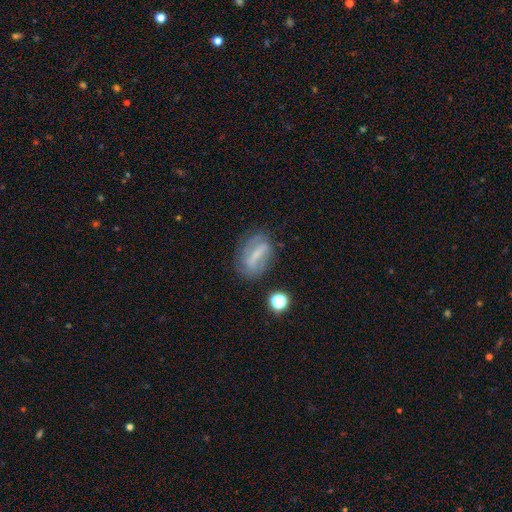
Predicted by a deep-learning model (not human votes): Overall: featured or disk (59%; smooth 30%). Edge-on disk: no (89%). Bar: strong (56%; weak 30%). Spiral arms: yes (59%; no 41%). Bulge size: small (41%; none 36%). Merging: none (64%).